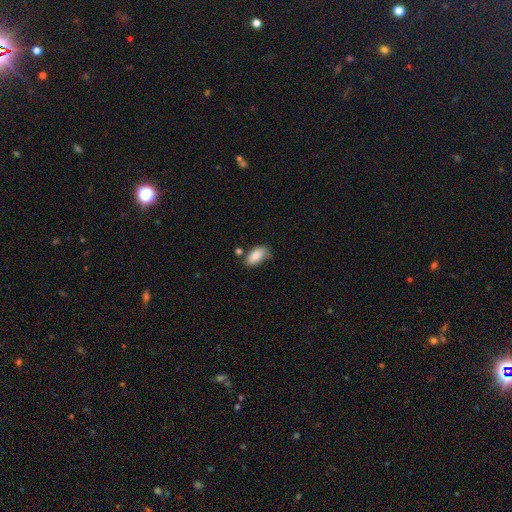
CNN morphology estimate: smooth 86%, star or artifact 7%, featured or disk 7%. Down the decision tree: how rounded — in between (93%); merging — none (58%).